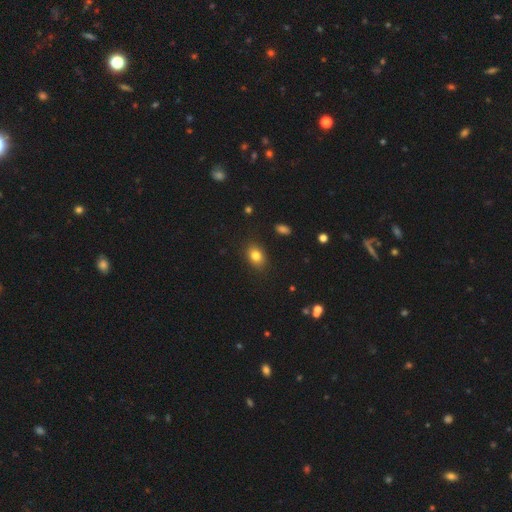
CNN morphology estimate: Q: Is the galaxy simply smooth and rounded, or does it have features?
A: smooth — 81%.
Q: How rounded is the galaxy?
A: in between — 72%.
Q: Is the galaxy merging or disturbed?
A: none — 86%.